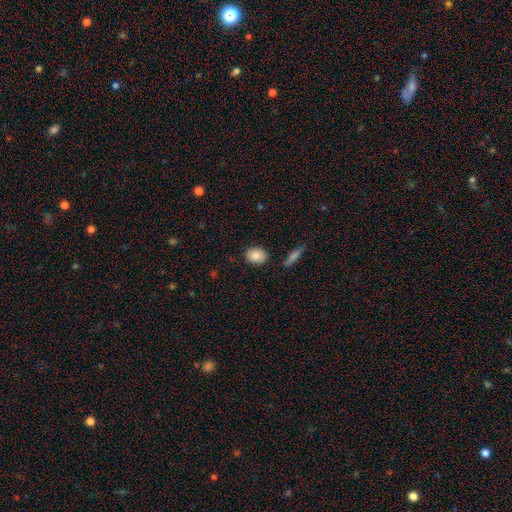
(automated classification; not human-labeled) Morphology: type=smooth (85%); roundness=in between (65%); merging=none (85%).